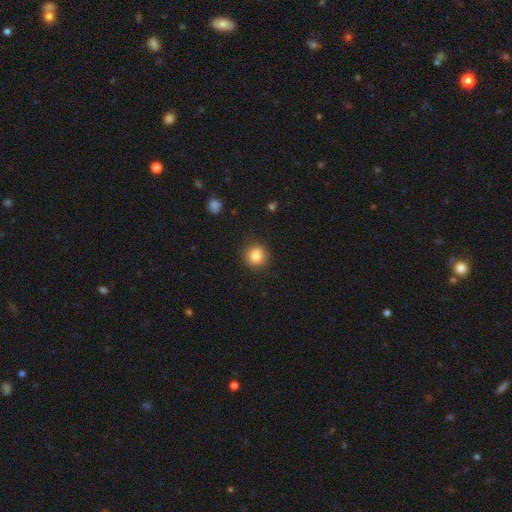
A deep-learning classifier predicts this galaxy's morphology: Q: Smooth or featured?
A: smooth (83%); runner-up: star or artifact (10%)
Q: How rounded?
A: round (91%); runner-up: in between (8%)
Q: Merging?
A: none (89%); runner-up: minor disturbance (8%)